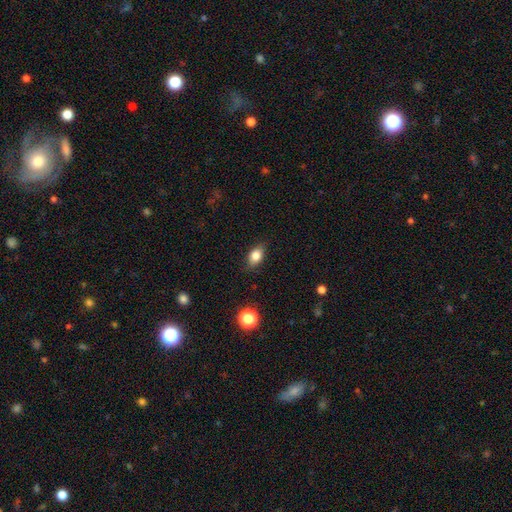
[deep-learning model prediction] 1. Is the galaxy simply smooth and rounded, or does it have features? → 82% smooth, 9% star or artifact, 9% featured or disk.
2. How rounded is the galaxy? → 80% in between, 17% round, 3% cigar-shaped.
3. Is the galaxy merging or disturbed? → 83% none, 13% minor disturbance, 3% major disturbance, 1% merger.